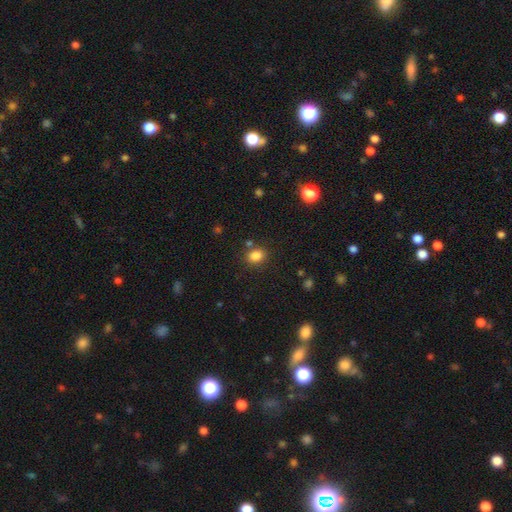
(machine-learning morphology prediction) This is clearly a smooth galaxy (84%). How rounded: possibly round (50%). Merging: likely none (78%).